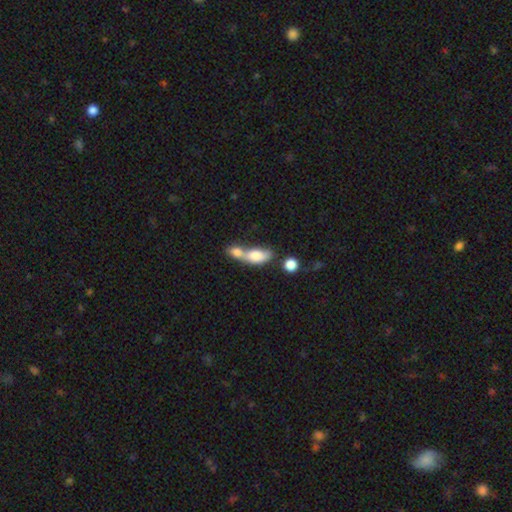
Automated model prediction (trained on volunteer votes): Overall: smooth (75%). How rounded: in between (76%). Merging: merger (74%).